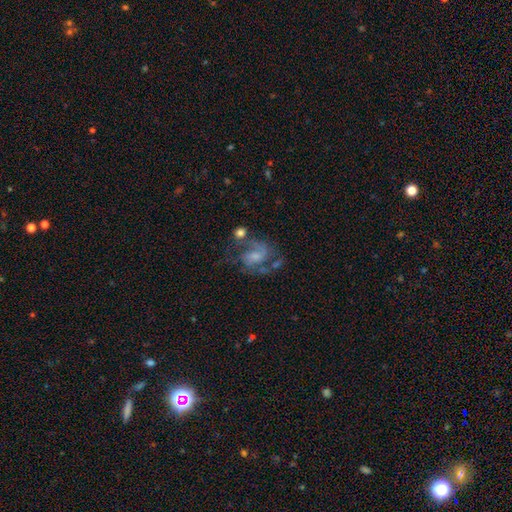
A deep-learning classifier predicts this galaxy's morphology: Smooth or featured?
  - featured or disk: 76% *
  - smooth: 16%
  - star or artifact: 8%
Edge-on disk?
  - no: 98% *
  - yes: 2%
Bar?
  - no: 45% *
  - weak: 44%
  - strong: 11%
Spiral arms?
  - yes: 90% *
  - no: 10%
Spiral winding?
  - medium: 54% *
  - loose: 26%
  - tight: 20%
Spiral arm count?
  - 2: 76% *
  - can't tell: 10%
  - 3: 6%
  - 1: 4%
  - 4: 2%
  - more than 4: 2%
Bulge size?
  - small: 40% *
  - moderate: 32%
  - none: 19%
  - large: 8%
  - dominant: 2%
Merging?
  - none: 47% *
  - major disturbance: 22%
  - minor disturbance: 20%
  - merger: 12%